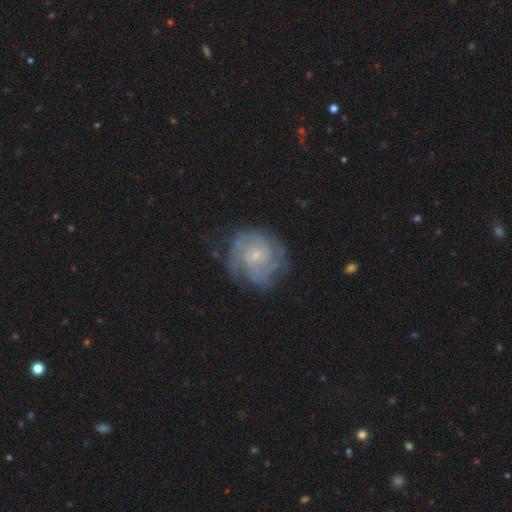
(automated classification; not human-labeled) Smooth or featured: featured or disk — 79% (smooth — 14%)
Edge-on disk: no — 98% (yes — 2%)
Bar: no — 65% (weak — 30%)
Spiral arms: yes — 93% (no — 7%)
Spiral winding: tight — 67% (medium — 27%)
Spiral arm count: can't tell — 41% (2 — 19%)
Bulge size: small — 75% (moderate — 15%)
Merging: none — 71% (minor disturbance — 19%)